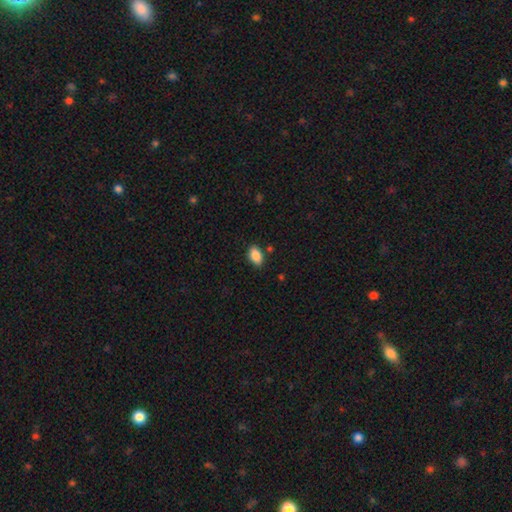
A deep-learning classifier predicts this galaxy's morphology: The model was most divided on "merging": none: 83%, minor disturbance: 12%, major disturbance: 2%, merger: 2%. More confident: how rounded — in between (90%); smooth or featured — smooth (88%).